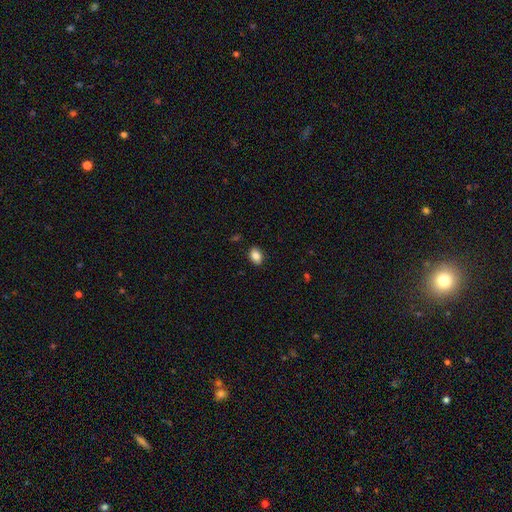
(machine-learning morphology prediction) Smooth or featured: smooth — 86% (star or artifact — 9%)
How rounded: in between — 80% (round — 19%)
Merging: none — 88% (minor disturbance — 9%)